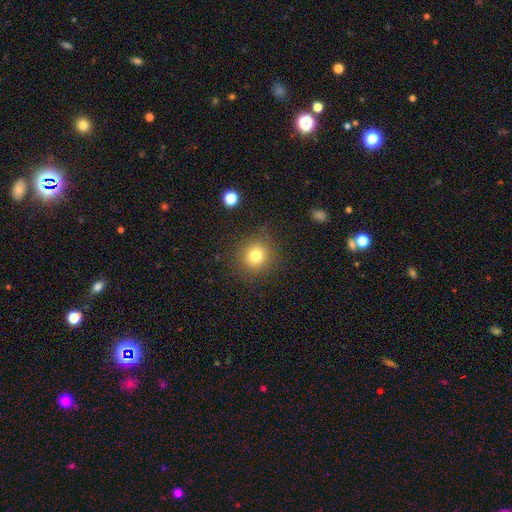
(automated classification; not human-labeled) smooth_or_featured: smooth (p=0.78) [alt: star or artifact p=0.13]
how_rounded: round (p=0.90) [alt: in between p=0.09]
merging: none (p=0.86) [alt: minor disturbance p=0.09]